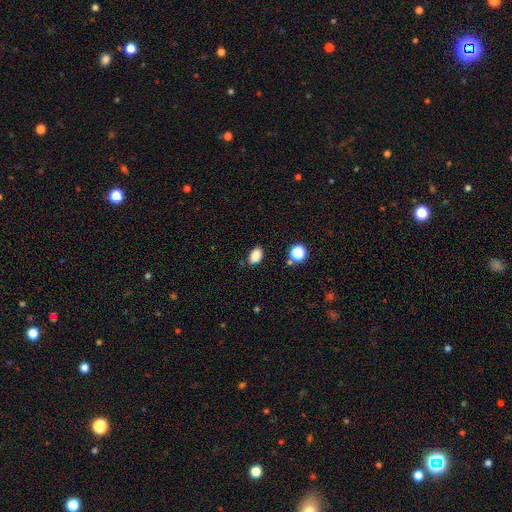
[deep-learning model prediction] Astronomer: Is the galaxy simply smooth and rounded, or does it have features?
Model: smooth — 85%.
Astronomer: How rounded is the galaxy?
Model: in between — 85%.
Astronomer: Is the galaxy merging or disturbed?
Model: none — 78%.